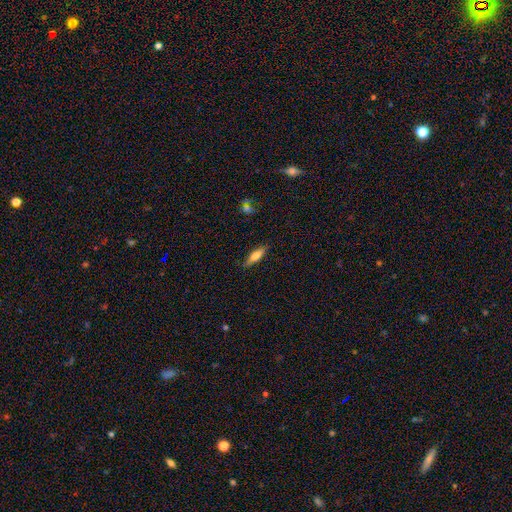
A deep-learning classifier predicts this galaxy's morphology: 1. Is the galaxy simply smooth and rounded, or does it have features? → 61% smooth, 32% featured or disk, 7% star or artifact.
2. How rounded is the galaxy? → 61% cigar-shaped, 37% in between, 2% round.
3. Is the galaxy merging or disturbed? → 85% none, 11% minor disturbance, 2% major disturbance, 1% merger.